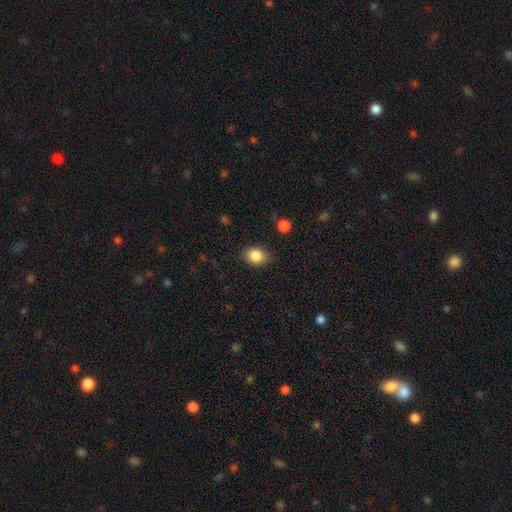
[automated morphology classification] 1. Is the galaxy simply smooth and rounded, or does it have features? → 86% smooth, 9% star or artifact, 5% featured or disk.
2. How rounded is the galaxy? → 55% in between, 44% round, 1% cigar-shaped.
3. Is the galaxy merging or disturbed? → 84% none, 11% minor disturbance, 3% major disturbance, 2% merger.